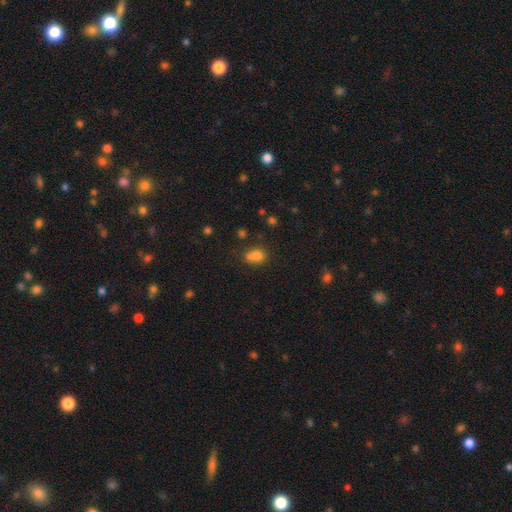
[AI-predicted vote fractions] This appears to be a smooth galaxy with no disk features (76%) that is in between round and cigar-shaped (67%). Merging: none (44%).